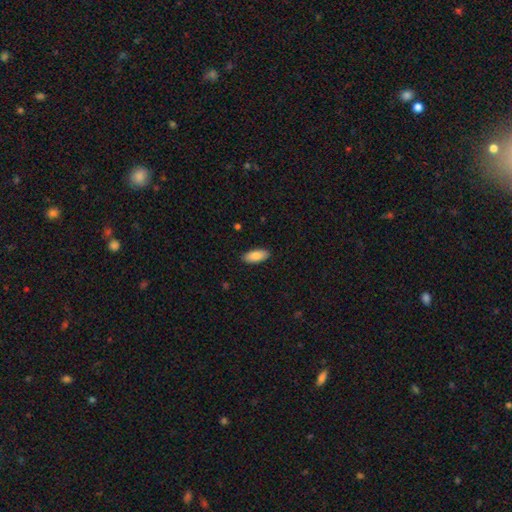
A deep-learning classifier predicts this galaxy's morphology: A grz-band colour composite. It shows a smooth galaxy with no disk features (87%) that is in between round and cigar-shaped (88%). Merging: none (90%).